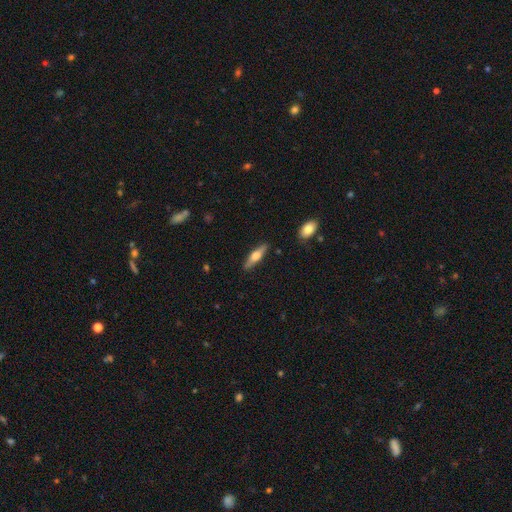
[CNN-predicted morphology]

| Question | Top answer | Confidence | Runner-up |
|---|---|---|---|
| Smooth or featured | featured or disk | 49% | smooth (46%) |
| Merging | none | 88% | minor disturbance (9%) |